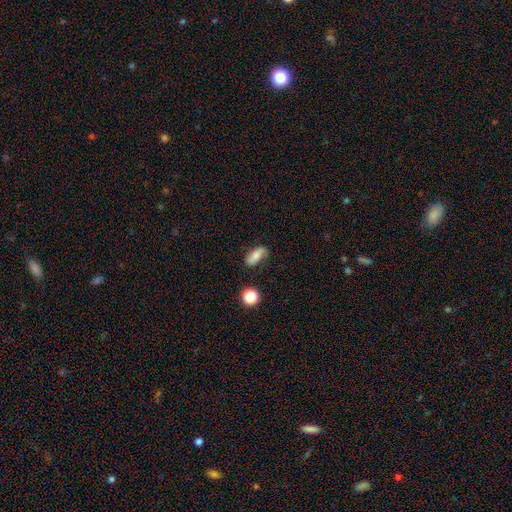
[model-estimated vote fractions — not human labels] The model was most divided on "smooth or featured": smooth: 58%, featured or disk: 33%, star or artifact: 9%. More confident: how rounded — in between (81%); merging — none (71%).